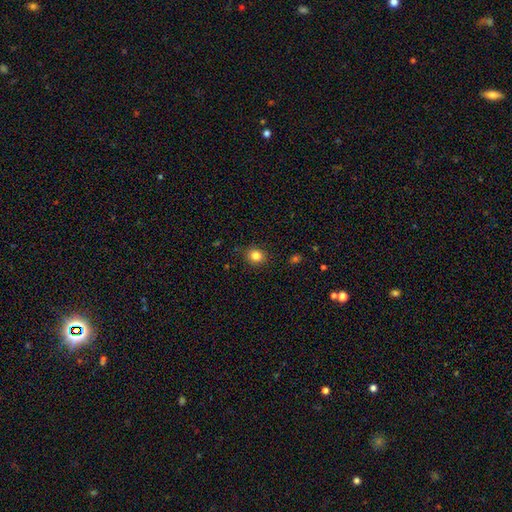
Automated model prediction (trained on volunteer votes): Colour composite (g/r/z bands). It shows a smooth galaxy with no disk features (83%) that is round (77%). Merging: none (89%).